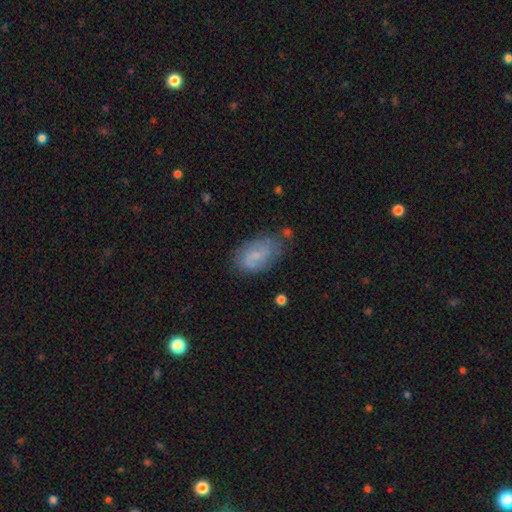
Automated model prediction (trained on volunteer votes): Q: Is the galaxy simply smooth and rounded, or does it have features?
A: smooth — 50%.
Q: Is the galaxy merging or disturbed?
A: none — 64%.